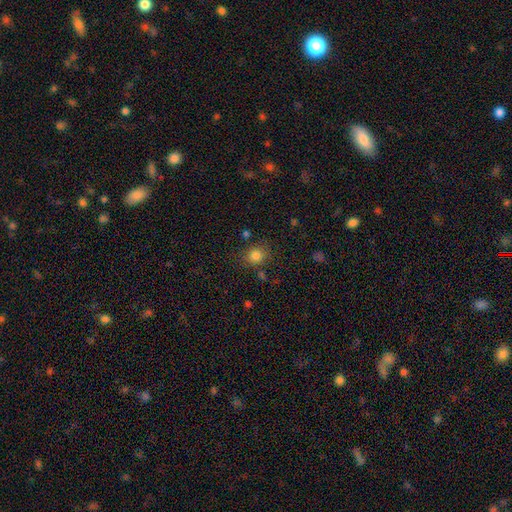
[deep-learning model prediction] smooth_or_featured: smooth (p=0.82) [alt: star or artifact p=0.12]
how_rounded: round (p=0.77) [alt: in between p=0.22]
merging: none (p=0.77) [alt: minor disturbance p=0.13]